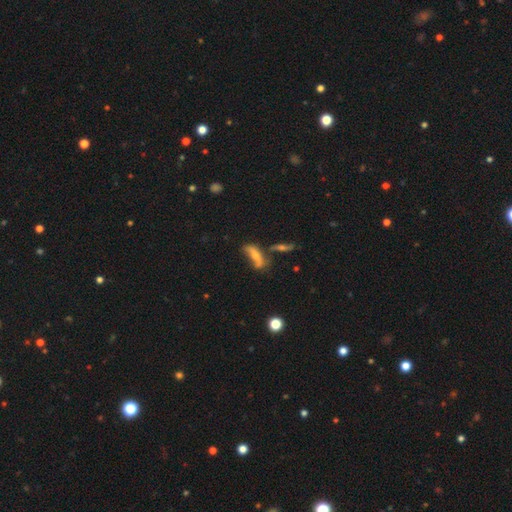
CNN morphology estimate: Smooth or featured?
  - smooth: 51% *
  - featured or disk: 37%
  - star or artifact: 12%
How rounded?
  - in between: 60% *
  - cigar-shaped: 36%
  - round: 4%
Merging?
  - none: 32% *
  - merger: 30%
  - minor disturbance: 20%
  - major disturbance: 17%